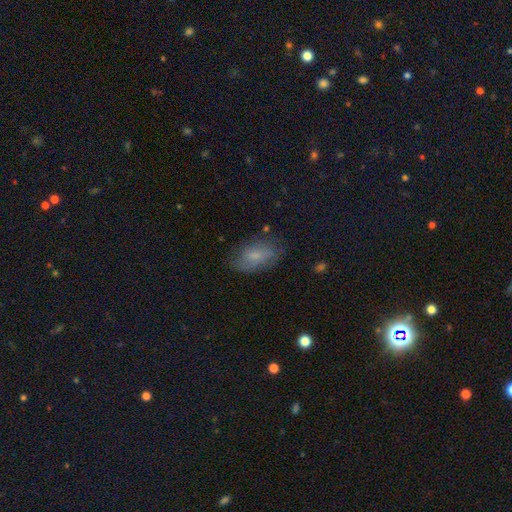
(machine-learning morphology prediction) This is likely a smooth galaxy (64%). How rounded: clearly in between (89%). Merging: likely none (68%).